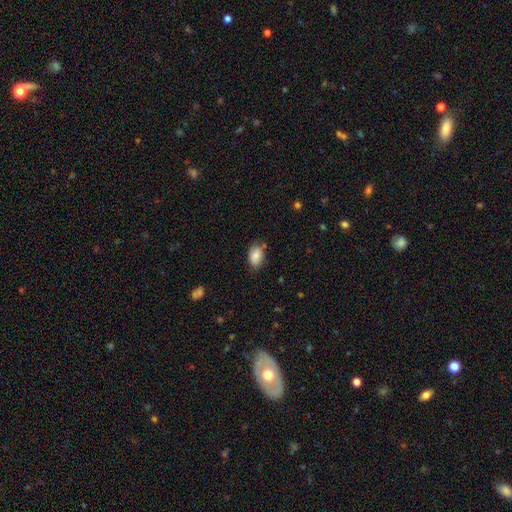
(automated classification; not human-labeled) Smooth or featured? Predicted: smooth (p=0.85). How rounded? Predicted: in between (p=0.89). Merging? Predicted: none (p=0.74).